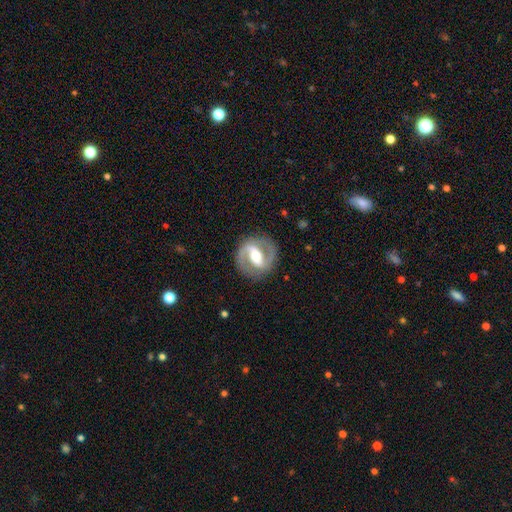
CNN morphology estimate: A featured or disk galaxy (86%) with a strong bar (53%), 2 (92%) medium (53%) spiral arms (91%) and a moderate central bulge (69%).

Vote fractions:
- Smooth or featured? featured or disk: 86% / smooth: 9% / star or artifact: 4%
- Edge-on disk? no: 97% / yes: 3%
- Bar? strong: 53% / weak: 34% / no: 13%
- Spiral arms? yes: 91% / no: 9%
- Spiral winding? medium: 53% / tight: 29% / loose: 18%
- Spiral arm count? 2: 92% / can't tell: 3% / 1: 3% / 3: 1% / 4: 1% / more than 4: 1%
- Bulge size? moderate: 69% / small: 15% / large: 13% / dominant: 1% / none: 1%
- Merging? none: 86% / minor disturbance: 9% / major disturbance: 4% / merger: 1%